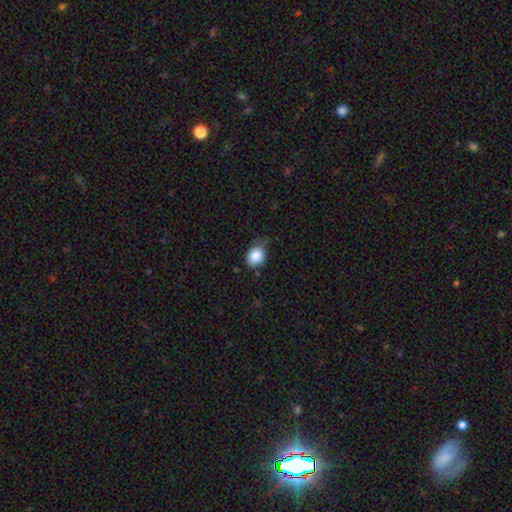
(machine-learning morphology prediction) A smooth galaxy with no disk features (86%) that is in between round and cigar-shaped (53%).

Vote fractions:
- Smooth or featured? smooth: 86% / star or artifact: 9% / featured or disk: 5%
- How rounded? in between: 53% / round: 46% / cigar-shaped: 1%
- Merging? none: 59% / minor disturbance: 33% / major disturbance: 6% / merger: 2%